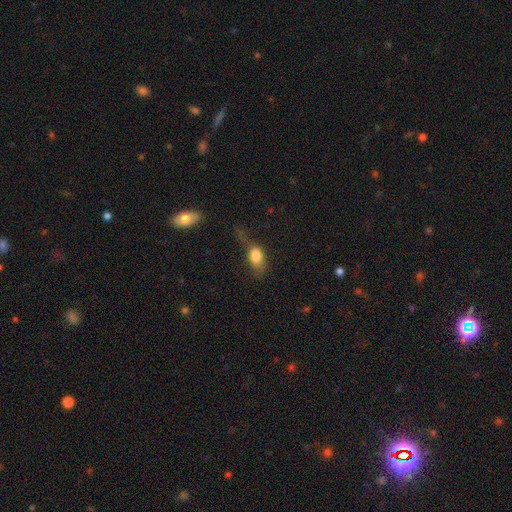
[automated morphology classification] smooth-or-featured: smooth: 77% | featured or disk: 14% | star or artifact: 9%
  how-rounded: in between: 80% | round: 13% | cigar-shaped: 8%
  merging: major disturbance: 37% | none: 30% | minor disturbance: 27% | merger: 6%